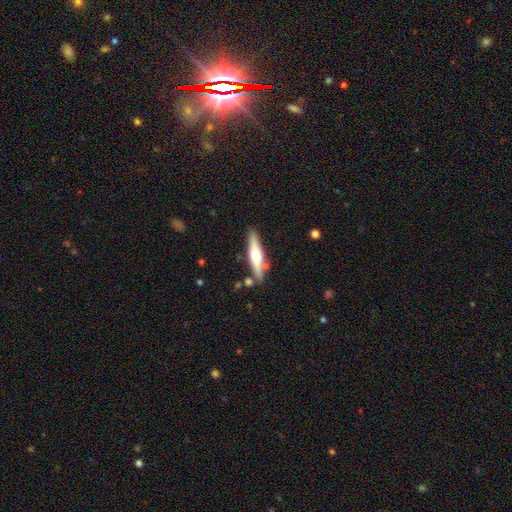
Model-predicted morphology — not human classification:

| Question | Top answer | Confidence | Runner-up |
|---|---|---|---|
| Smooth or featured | featured or disk | 56% | smooth (39%) |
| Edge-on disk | yes | 94% | no (6%) |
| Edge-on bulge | rounded | 93% | none (3%) |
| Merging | none | 83% | minor disturbance (10%) |